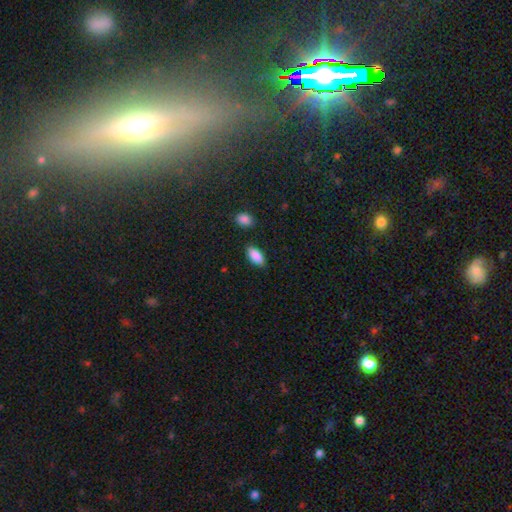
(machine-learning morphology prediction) A smooth galaxy with no disk features (88%) that is in between round and cigar-shaped (89%). Merging: none (83%).